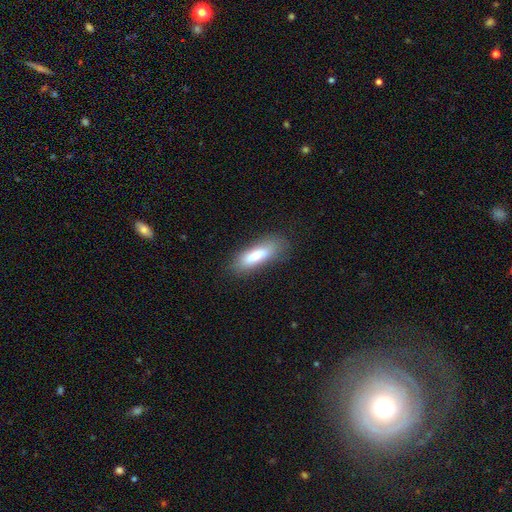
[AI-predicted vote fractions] This appears to be a smooth galaxy with no disk features (78%) that is cigar-shaped (53%). Merging: none (74%).